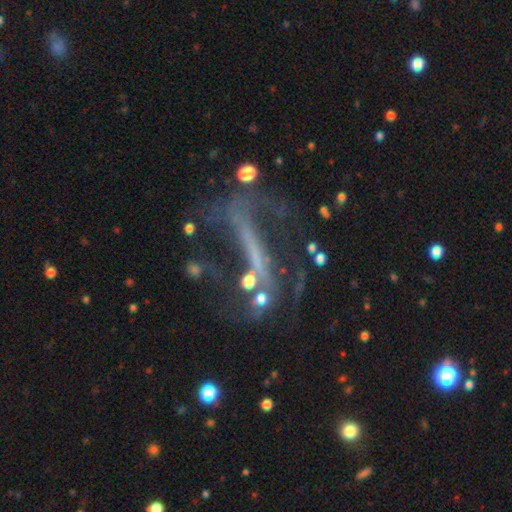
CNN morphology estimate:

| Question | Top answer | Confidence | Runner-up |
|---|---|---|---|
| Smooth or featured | featured or disk | 61% | star or artifact (21%) |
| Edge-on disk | no | 64% | yes (36%) |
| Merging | none | 38% | major disturbance (32%) |